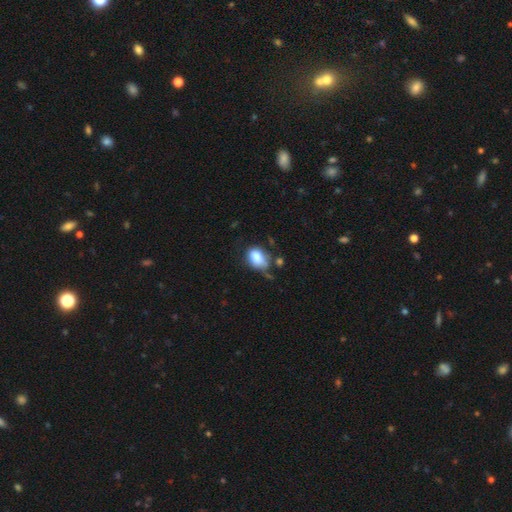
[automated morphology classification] The model was most divided on "merging": none: 48%, minor disturbance: 31%, major disturbance: 11%, merger: 10%. More confident: smooth or featured — smooth (82%); how rounded — in between (73%).